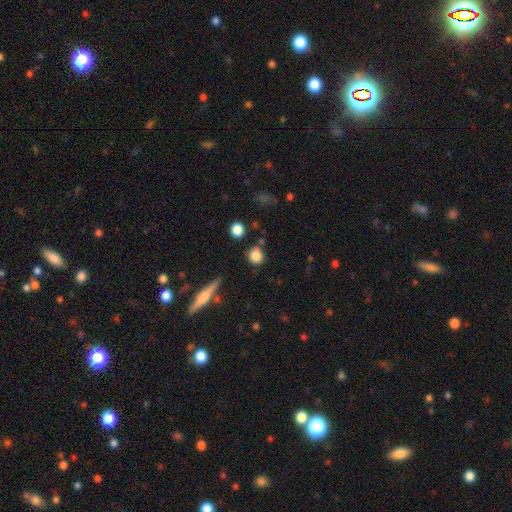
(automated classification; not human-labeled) Smooth or featured: smooth — 83% (star or artifact — 9%)
How rounded: round — 78% (in between — 19%)
Merging: none — 75% (minor disturbance — 14%)